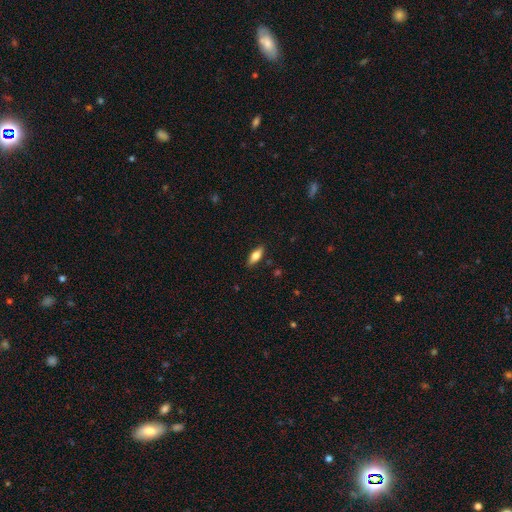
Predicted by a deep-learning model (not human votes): Smooth or featured? Predicted: smooth (p=0.69). How rounded? Predicted: in between (p=0.72). Merging? Predicted: none (p=0.87).